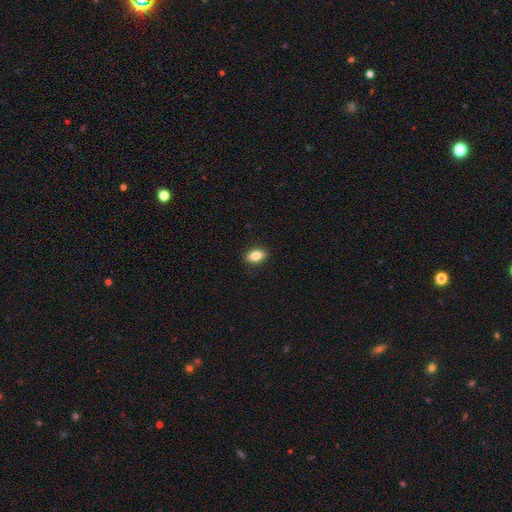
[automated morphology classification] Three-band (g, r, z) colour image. It shows a smooth galaxy with no disk features (83%) that is in between round and cigar-shaped (87%). Merging: none (90%).